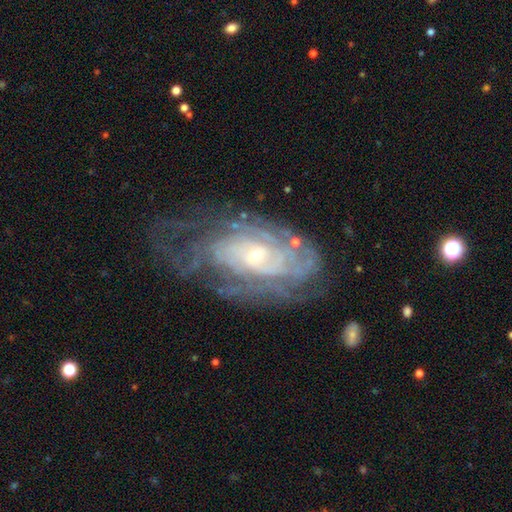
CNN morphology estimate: Smooth or featured: featured or disk — 84% (smooth — 9%)
Edge-on disk: no — 94% (yes — 6%)
Bar: no — 72% (weak — 21%)
Spiral arms: yes — 92% (no — 8%)
Spiral winding: tight — 74% (medium — 20%)
Spiral arm count: can't tell — 49% (4 — 13%)
Bulge size: small — 71% (moderate — 24%)
Merging: none — 61% (minor disturbance — 22%)